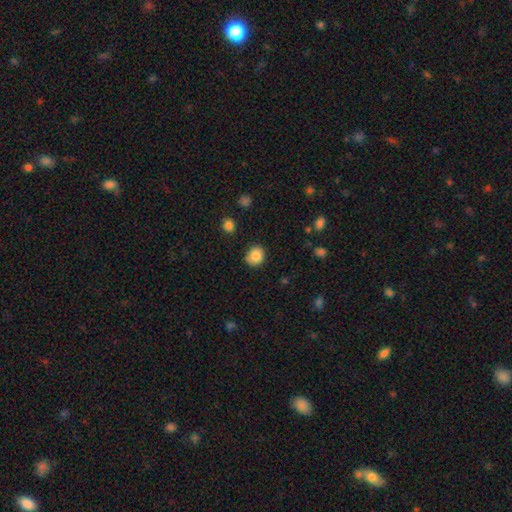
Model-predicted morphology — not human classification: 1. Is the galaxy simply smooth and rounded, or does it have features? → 85% smooth, 9% star or artifact, 6% featured or disk.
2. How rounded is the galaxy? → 74% round, 25% in between, 1% cigar-shaped.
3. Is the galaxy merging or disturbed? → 81% none, 14% minor disturbance, 3% major disturbance, 2% merger.